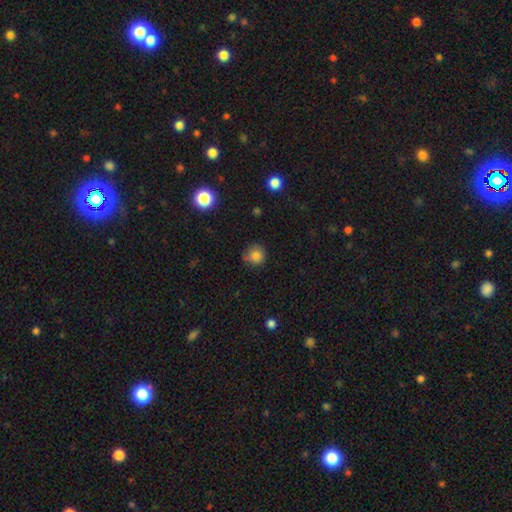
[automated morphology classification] This appears to be a smooth galaxy with no disk features (82%) that is round (92%). Merging: none (75%).